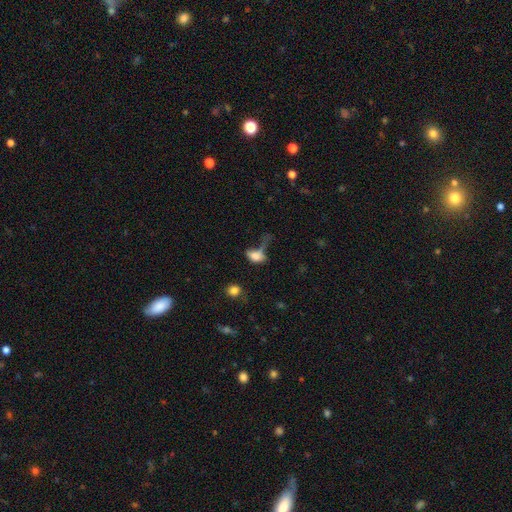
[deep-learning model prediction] smooth-or-featured: smooth: 68% | featured or disk: 19% | star or artifact: 13%
  how-rounded: in between: 81% | round: 14% | cigar-shaped: 6%
  merging: major disturbance: 41% | none: 23% | minor disturbance: 18% | merger: 18%